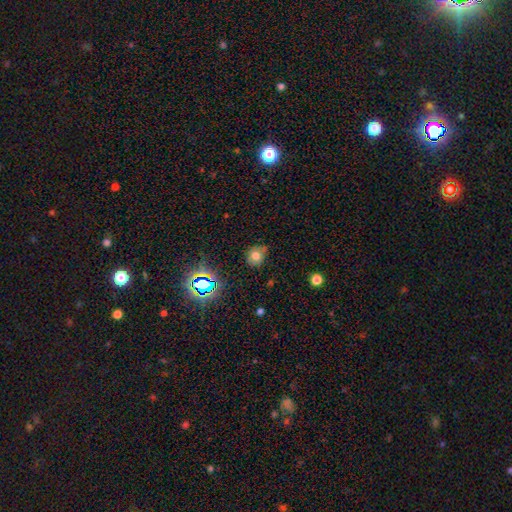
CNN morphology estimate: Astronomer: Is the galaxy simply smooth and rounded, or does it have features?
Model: smooth — 70%.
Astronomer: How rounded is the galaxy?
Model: round — 73%.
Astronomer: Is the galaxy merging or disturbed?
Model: none — 66%.